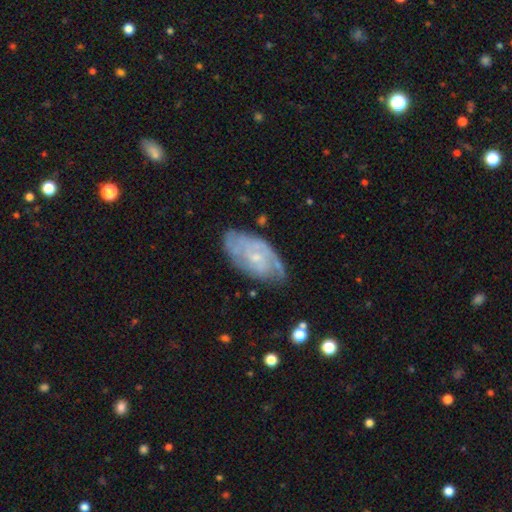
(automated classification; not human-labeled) Smooth or featured?
  - featured or disk: 75% *
  - smooth: 18%
  - star or artifact: 7%
Edge-on disk?
  - no: 94% *
  - yes: 6%
Bar?
  - no: 66% *
  - weak: 30%
  - strong: 5%
Spiral arms?
  - yes: 87% *
  - no: 13%
Spiral winding?
  - tight: 56% *
  - medium: 33%
  - loose: 11%
Spiral arm count?
  - can't tell: 44% *
  - 2: 29%
  - 3: 12%
  - 1: 6%
  - 4: 5%
  - more than 4: 4%
Bulge size?
  - small: 73% *
  - moderate: 19%
  - none: 6%
  - large: 1%
  - dominant: 1%
Merging?
  - none: 66% *
  - minor disturbance: 24%
  - major disturbance: 8%
  - merger: 2%